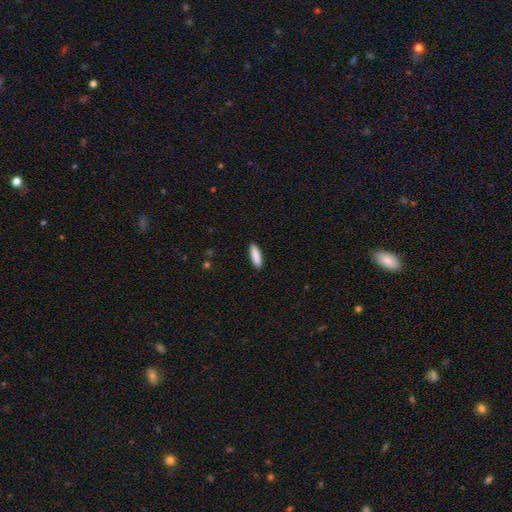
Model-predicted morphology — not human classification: Smooth or featured? Predicted: smooth (p=0.89). How rounded? Predicted: cigar-shaped (p=0.66). Merging? Predicted: none (p=0.90).